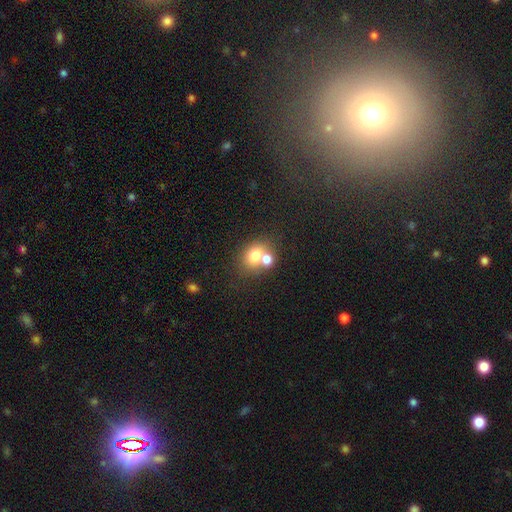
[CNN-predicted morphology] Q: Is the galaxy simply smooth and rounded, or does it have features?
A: smooth — 72%.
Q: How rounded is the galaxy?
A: round — 57%.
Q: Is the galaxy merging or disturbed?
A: merger — 53%.